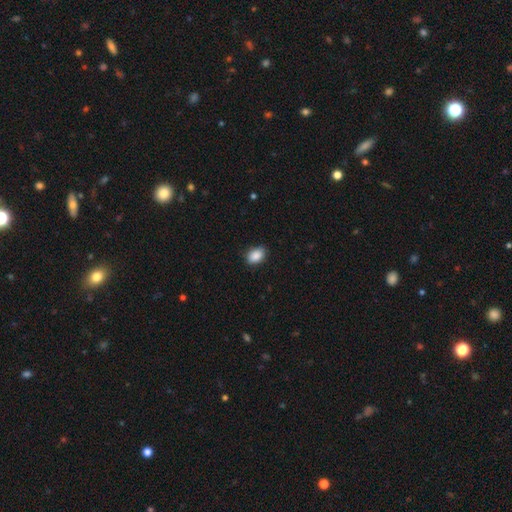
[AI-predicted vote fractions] Smooth or featured: smooth — 89% (star or artifact — 8%)
How rounded: in between — 82% (round — 16%)
Merging: none — 83% (minor disturbance — 13%)